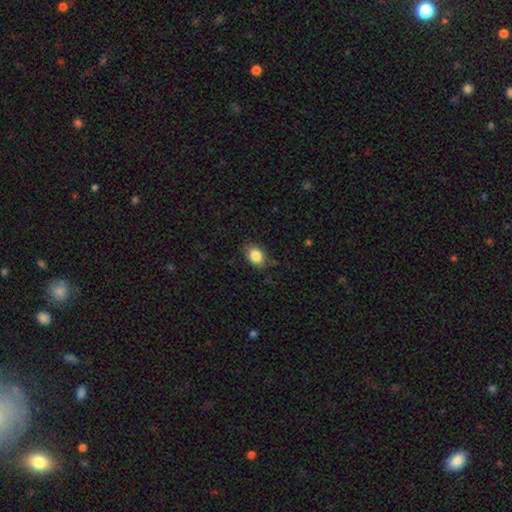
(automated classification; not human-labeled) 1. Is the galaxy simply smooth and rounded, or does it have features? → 86% smooth, 8% star or artifact, 6% featured or disk.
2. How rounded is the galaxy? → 72% in between, 27% round, 1% cigar-shaped.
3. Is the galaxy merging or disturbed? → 81% none, 15% minor disturbance, 3% major disturbance, 1% merger.